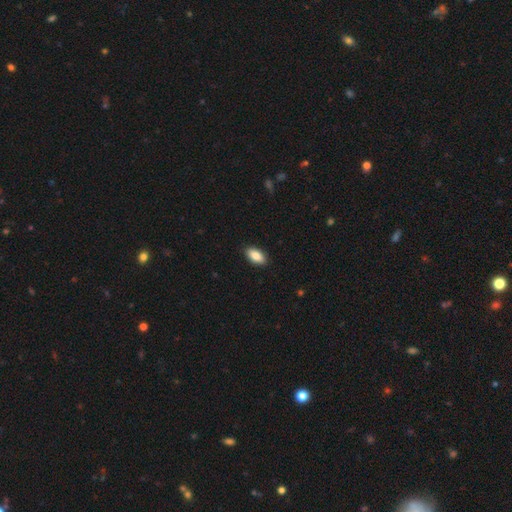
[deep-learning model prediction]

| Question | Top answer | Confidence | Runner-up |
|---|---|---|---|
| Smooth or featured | smooth | 87% | star or artifact (6%) |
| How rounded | in between | 93% | cigar-shaped (4%) |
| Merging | none | 90% | minor disturbance (7%) |